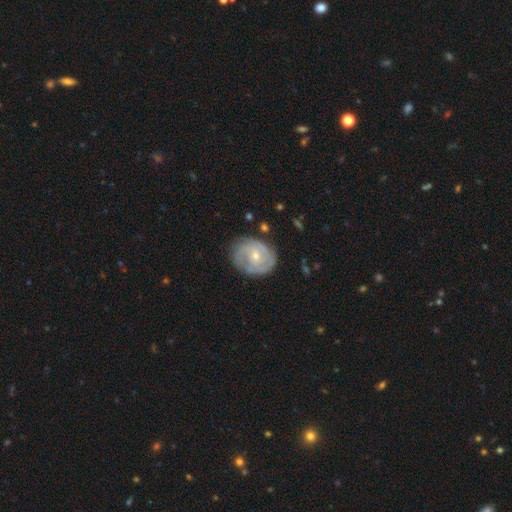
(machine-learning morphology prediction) Smooth or featured? Predicted: featured or disk (p=0.72). Edge-on disk? Predicted: no (p=0.98). Bar? Predicted: no (p=0.61). Spiral arms? Predicted: yes (p=0.86). Spiral winding? Predicted: tight (p=0.58). Spiral arm count? Predicted: can't tell (p=0.37). Bulge size? Predicted: small (p=0.59). Merging? Predicted: none (p=0.70).